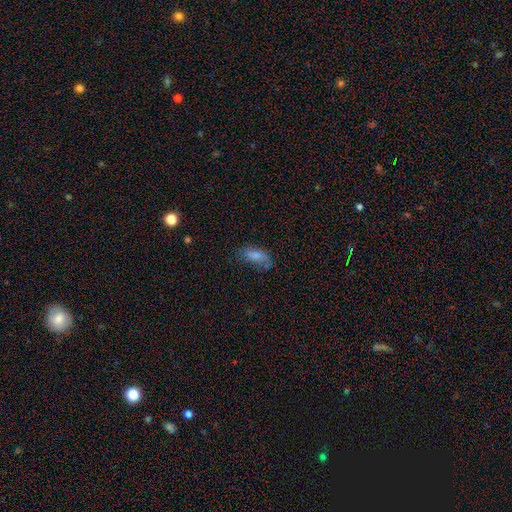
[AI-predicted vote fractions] This appears to be a smooth galaxy with no disk features (76%) that is in between round and cigar-shaped (86%). Merging: none (51%).